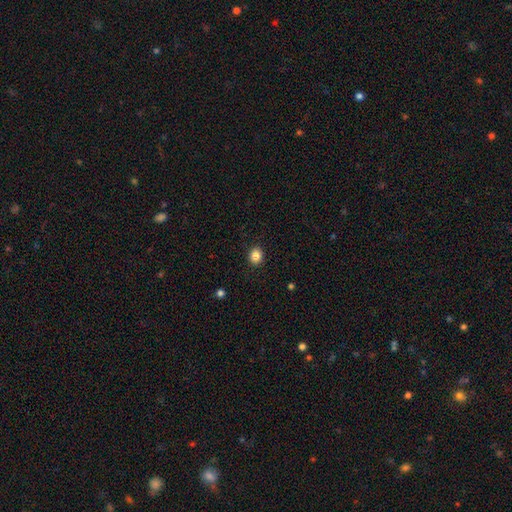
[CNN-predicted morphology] type=smooth (86%); roundness=round (70%); merging=none (90%).